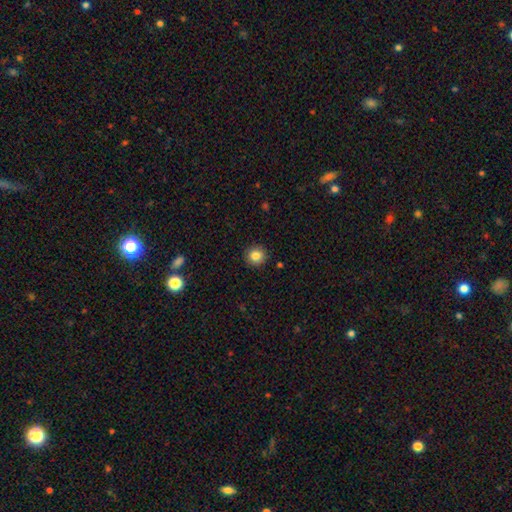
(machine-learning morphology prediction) The model was most divided on "smooth or featured": smooth: 84%, star or artifact: 10%, featured or disk: 6%. More confident: how rounded — round (94%); merging — none (92%).